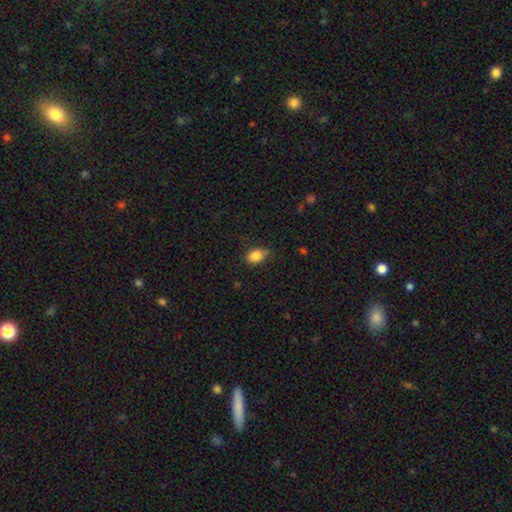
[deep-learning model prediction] The model was most divided on "merging": none: 72%, minor disturbance: 22%, major disturbance: 4%, merger: 1%. More confident: smooth or featured — smooth (86%); how rounded — in between (75%).